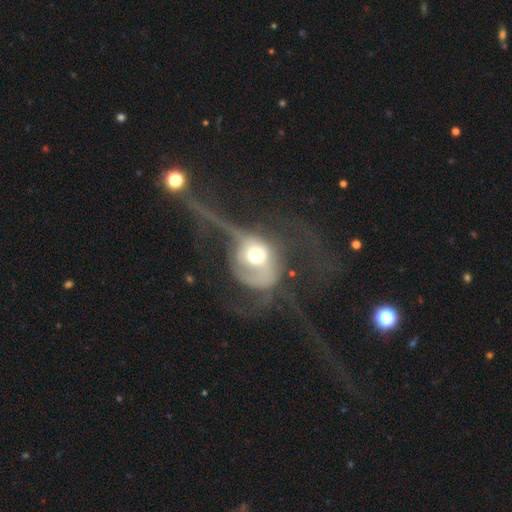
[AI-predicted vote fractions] This appears to be a featured or disk galaxy (56%) with no bar (80%), no spiral arms (54%) and a moderate central bulge (63%). Merging: major disturbance (64%).